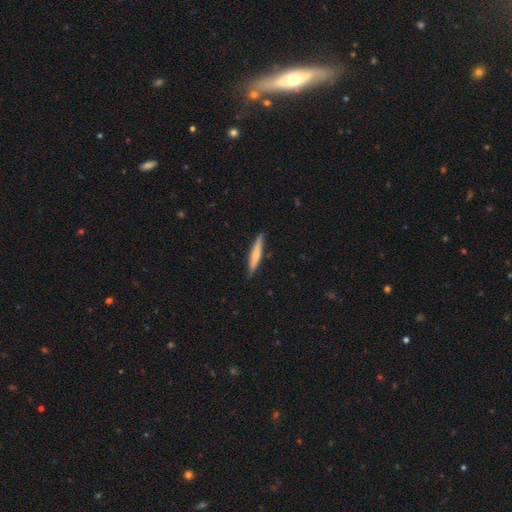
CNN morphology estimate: Smooth or featured: smooth — 59% (featured or disk — 36%)
How rounded: cigar-shaped — 92% (in between — 6%)
Merging: none — 86% (minor disturbance — 11%)